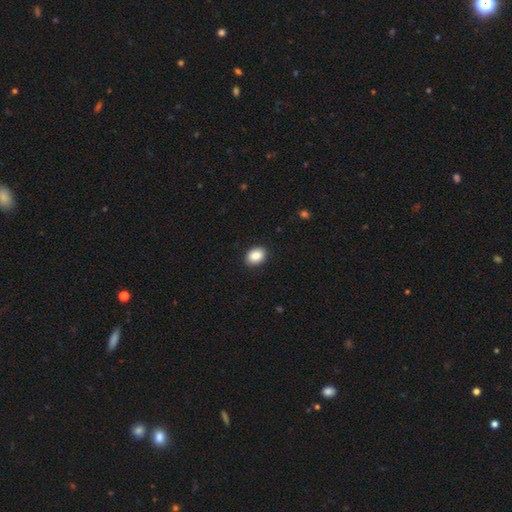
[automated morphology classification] The model was most divided on "how rounded": in between: 70%, round: 30%, cigar-shaped: 1%. More confident: merging — none (91%); smooth or featured — smooth (89%).